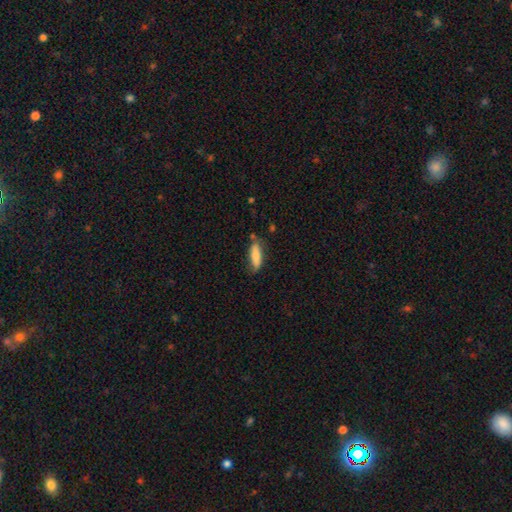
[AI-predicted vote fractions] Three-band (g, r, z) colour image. It shows a smooth galaxy with no disk features (82%) that is in between round and cigar-shaped (52%). Merging: none (66%).